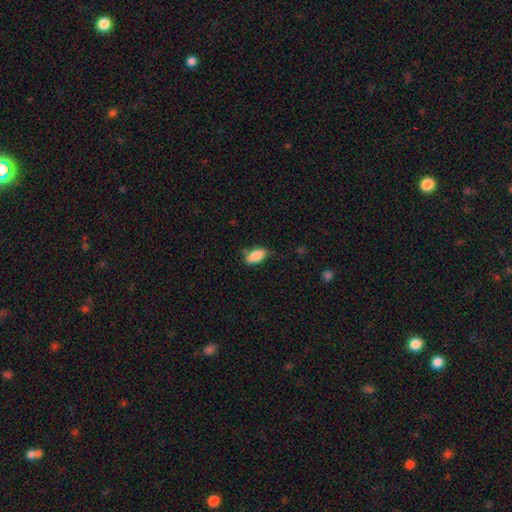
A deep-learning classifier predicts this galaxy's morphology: Overall: smooth (87%). How rounded: in between (90%). Merging: none (67%).